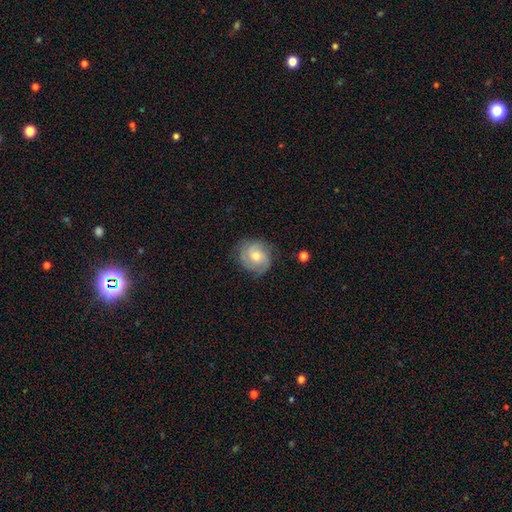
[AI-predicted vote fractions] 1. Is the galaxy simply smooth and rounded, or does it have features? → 57% featured or disk, 36% smooth, 7% star or artifact.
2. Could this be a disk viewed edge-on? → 97% no, 3% yes.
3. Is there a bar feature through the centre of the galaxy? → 71% no, 25% weak, 4% strong.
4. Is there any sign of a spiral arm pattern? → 85% yes, 15% no.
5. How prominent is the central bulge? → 64% moderate, 27% small, 6% large, 2% none, 1% dominant.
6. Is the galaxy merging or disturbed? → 71% none, 20% minor disturbance, 7% major disturbance, 1% merger.